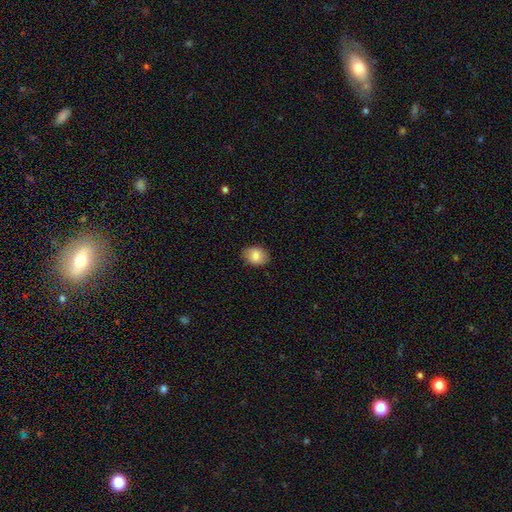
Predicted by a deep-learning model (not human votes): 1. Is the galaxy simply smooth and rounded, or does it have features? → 84% smooth, 9% featured or disk, 8% star or artifact.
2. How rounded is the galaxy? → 66% in between, 33% round, 1% cigar-shaped.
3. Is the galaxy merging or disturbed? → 85% none, 11% minor disturbance, 2% major disturbance, 1% merger.